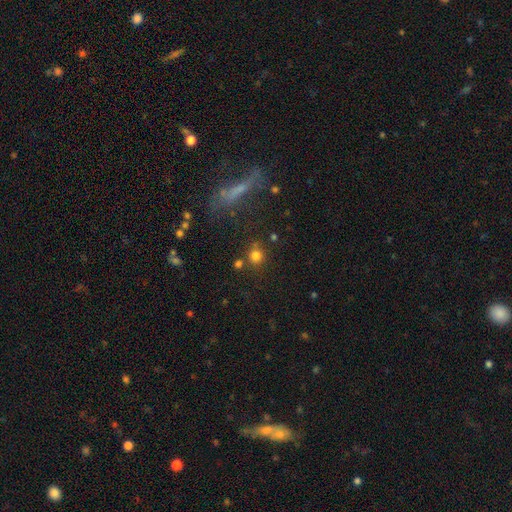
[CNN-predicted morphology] A smooth galaxy with no disk features (77%) that is round (90%).

Vote fractions:
- Smooth or featured? smooth: 77% / star or artifact: 16% / featured or disk: 7%
- How rounded? round: 90% / in between: 9% / cigar-shaped: 1%
- Merging? none: 75% / merger: 11% / minor disturbance: 10% / major disturbance: 4%